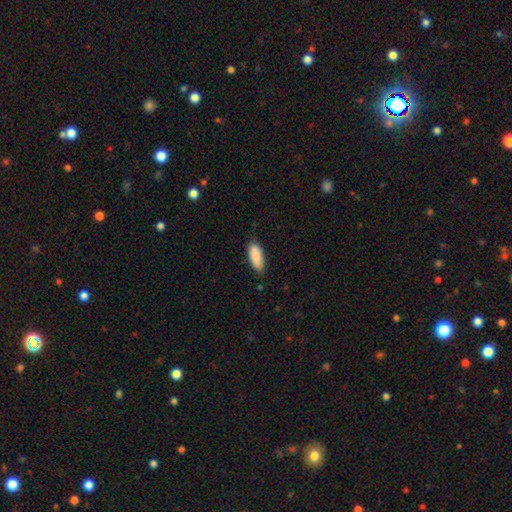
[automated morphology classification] smooth_or_featured: smooth (p=0.88) [alt: featured or disk p=0.06]
how_rounded: in between (p=0.82) [alt: cigar-shaped p=0.17]
merging: none (p=0.78) [alt: minor disturbance p=0.18]